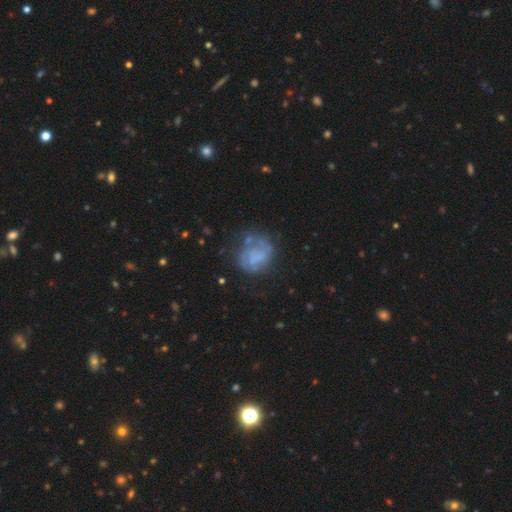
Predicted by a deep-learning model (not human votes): Smooth or featured? featured or disk (52%)
Edge-on disk? no (98%)
Bar? no (76%)
Spiral arms? yes (52%)
Bulge size? none (67%)
Merging? none (47%)